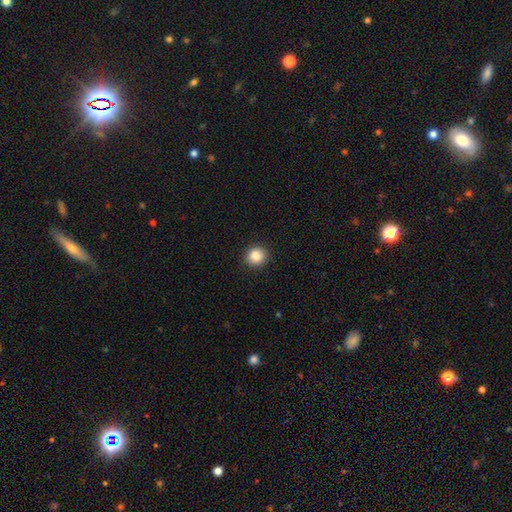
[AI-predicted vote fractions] The model was most divided on "how rounded": round: 88%, in between: 11%, cigar-shaped: 1%. More confident: merging — none (91%); smooth or featured — smooth (87%).